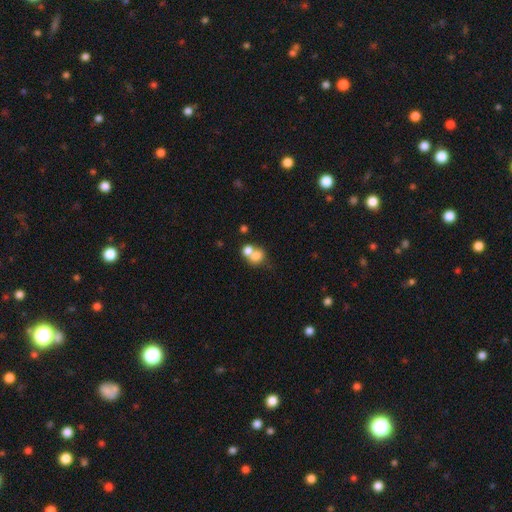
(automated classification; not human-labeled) Overall: smooth (74%). How rounded: round (62%; in between 36%). Merging: merger (61%; none 28%).